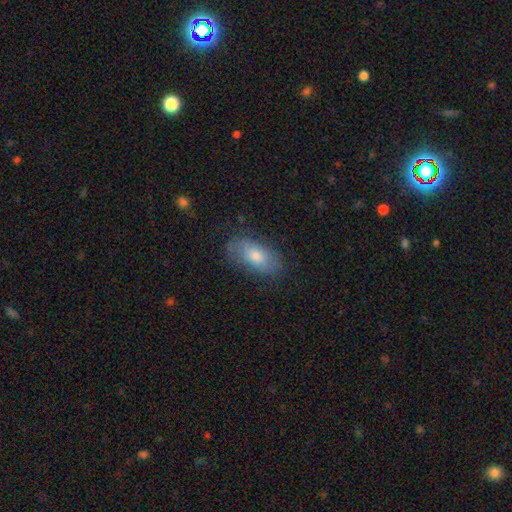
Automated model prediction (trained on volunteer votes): The model was most divided on "smooth or featured": smooth: 65%, featured or disk: 28%, star or artifact: 8%. More confident: how rounded — in between (90%); merging — none (74%).